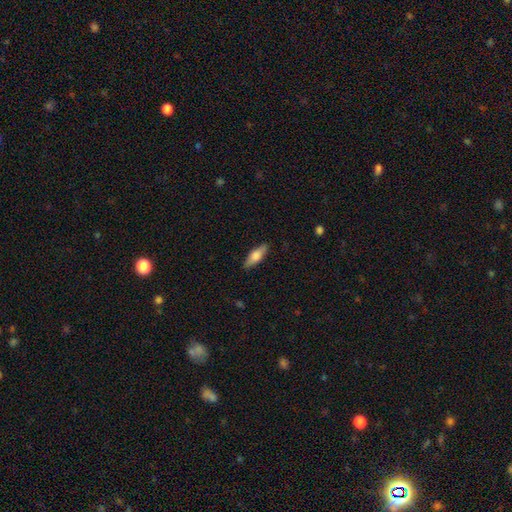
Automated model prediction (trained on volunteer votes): smooth-or-featured: smooth: 65% | featured or disk: 29% | star or artifact: 6%
  how-rounded: in between: 60% | cigar-shaped: 37% | round: 2%
  merging: none: 87% | minor disturbance: 10% | major disturbance: 2% | merger: 1%